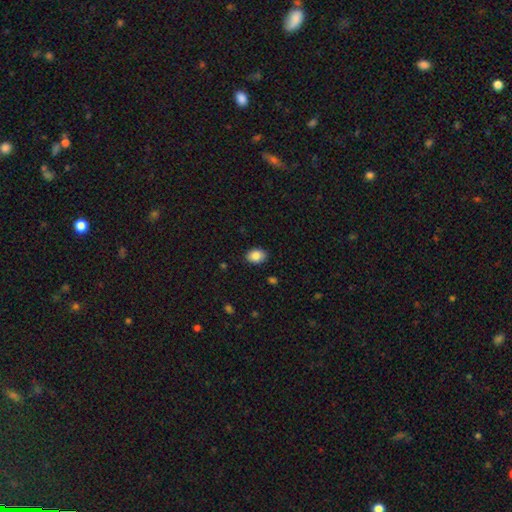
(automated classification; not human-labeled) A smooth galaxy with no disk features (86%) that is in between round and cigar-shaped (74%).

Vote fractions:
- Smooth or featured? smooth: 86% / star or artifact: 8% / featured or disk: 6%
- How rounded? in between: 74% / round: 25% / cigar-shaped: 1%
- Merging? none: 87% / minor disturbance: 9% / major disturbance: 2% / merger: 1%